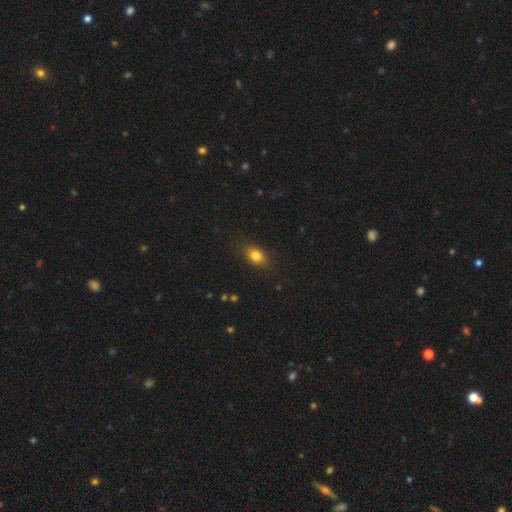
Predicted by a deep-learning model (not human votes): smooth 81%, star or artifact 10%, featured or disk 9%. Down the decision tree: how rounded — in between (79%); merging — none (84%).